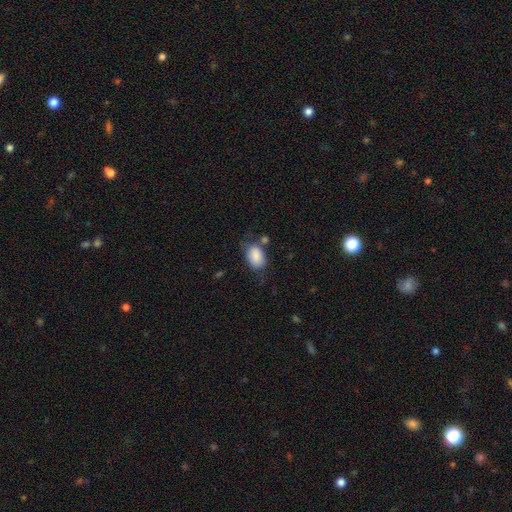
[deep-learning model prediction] Smooth or featured: smooth — 87% (star or artifact — 7%)
How rounded: in between — 86% (round — 13%)
Merging: none — 60% (minor disturbance — 23%)